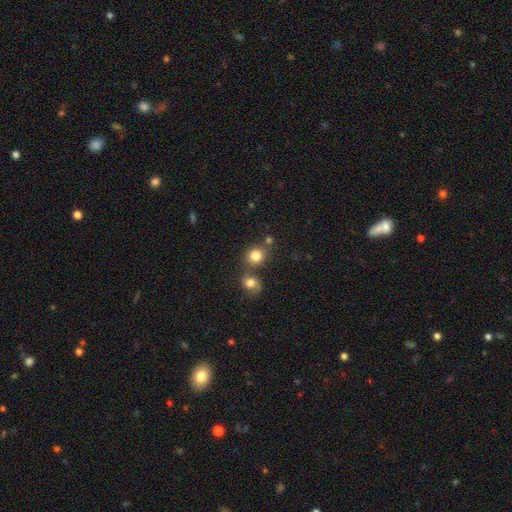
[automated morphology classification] The model was most divided on "merging": none: 62%, merger: 25%, minor disturbance: 9%, major disturbance: 4%. More confident: how rounded — round (83%); smooth or featured — smooth (81%).